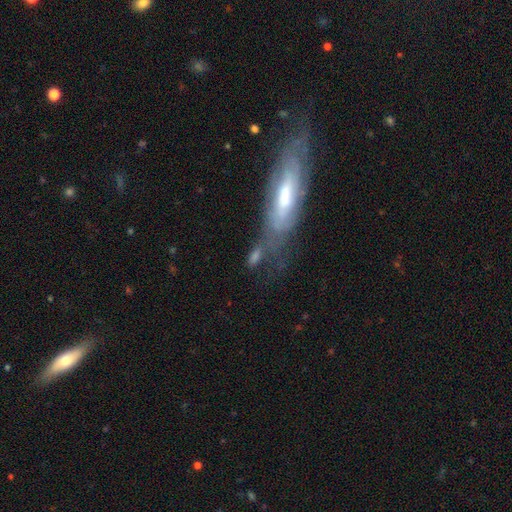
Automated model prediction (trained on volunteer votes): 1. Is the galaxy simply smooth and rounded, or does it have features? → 45% featured or disk, 43% smooth, 11% star or artifact.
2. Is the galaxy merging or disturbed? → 48% none, 22% minor disturbance, 16% major disturbance, 14% merger.